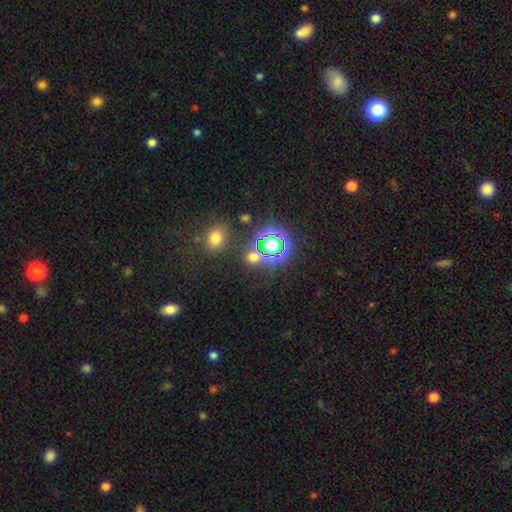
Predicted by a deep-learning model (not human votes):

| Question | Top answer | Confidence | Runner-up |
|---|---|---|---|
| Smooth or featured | star or artifact | 57% | smooth (34%) |